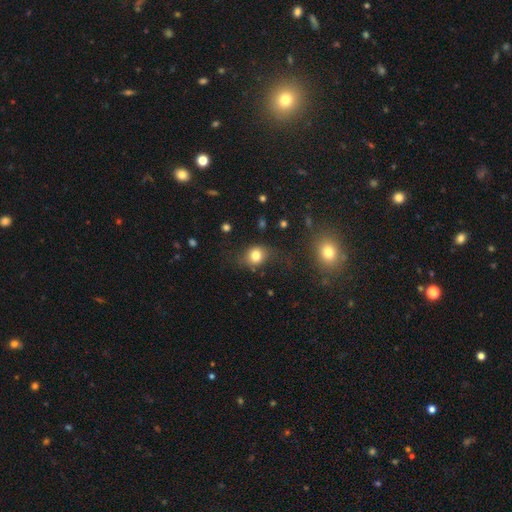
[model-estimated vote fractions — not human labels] This appears to be a smooth galaxy with no disk features (77%) that is round (59%). Merging: none (66%).